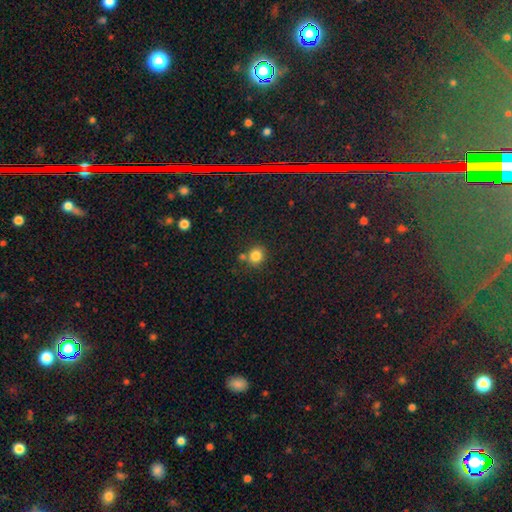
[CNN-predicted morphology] smooth_or_featured: smooth (p=0.83) [alt: star or artifact p=0.12]
how_rounded: round (p=0.80) [alt: in between p=0.19]
merging: none (p=0.72) [alt: merger p=0.15]